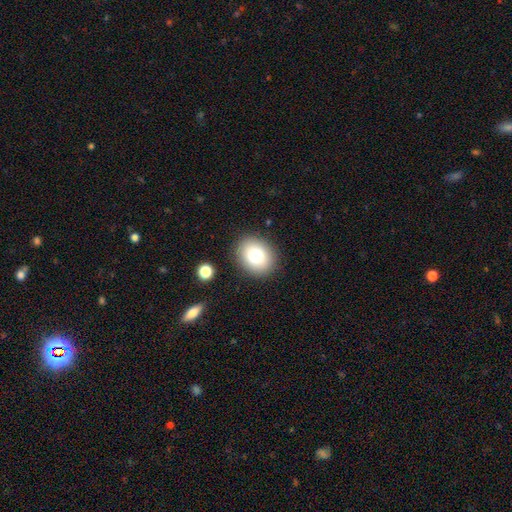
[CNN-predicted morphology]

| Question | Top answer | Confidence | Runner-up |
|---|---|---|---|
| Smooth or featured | smooth | 78% | featured or disk (11%) |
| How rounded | round | 57% | in between (42%) |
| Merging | none | 87% | minor disturbance (8%) |